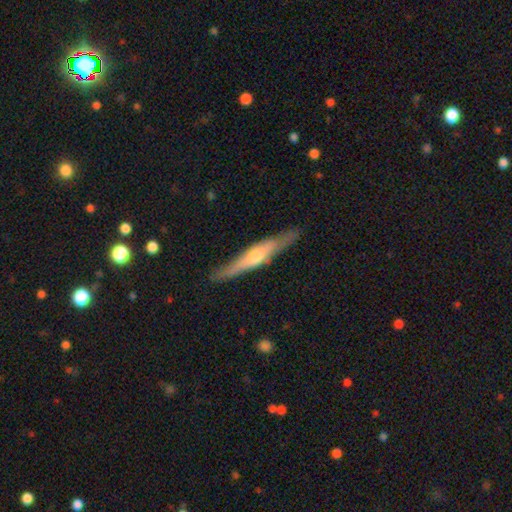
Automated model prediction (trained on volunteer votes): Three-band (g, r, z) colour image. It shows a featured or disk galaxy (66%) viewed edge-on (95%) with a rounded central bulge (84%). Merging: none (87%).